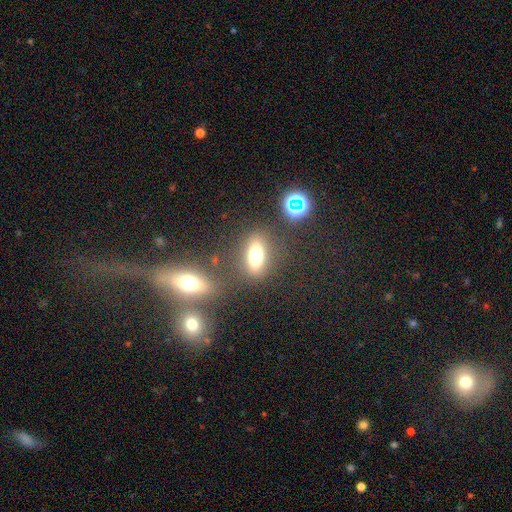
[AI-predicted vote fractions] The model was most divided on "smooth or featured": smooth: 65%, featured or disk: 19%, star or artifact: 16%. More confident: merging — none (78%); how rounded — in between (71%).